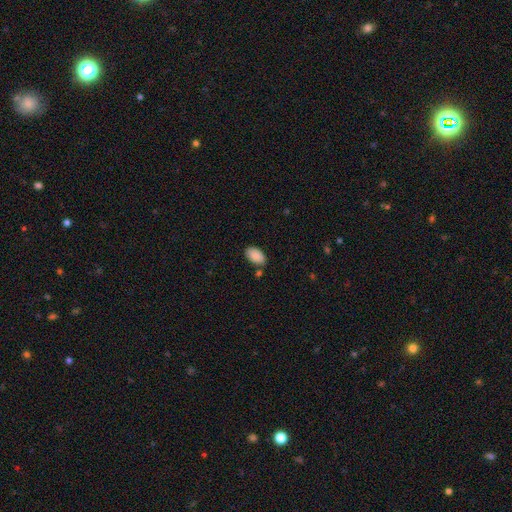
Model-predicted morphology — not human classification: This is clearly a smooth galaxy (89%). How rounded: clearly in between (94%). Merging: likely none (77%).